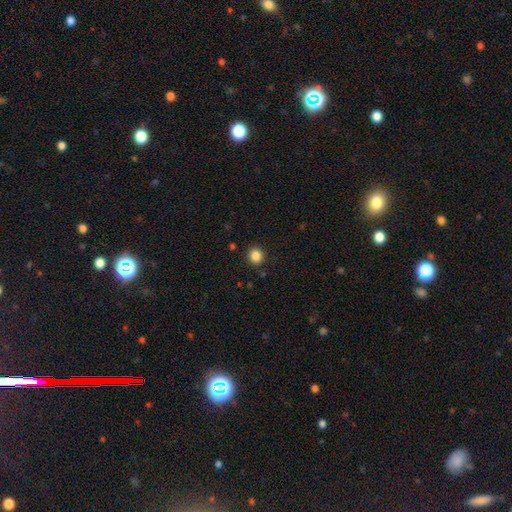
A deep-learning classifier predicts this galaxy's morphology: smooth 86%, star or artifact 11%, featured or disk 3%. Down the decision tree: how rounded — round (86%); merging — none (91%).